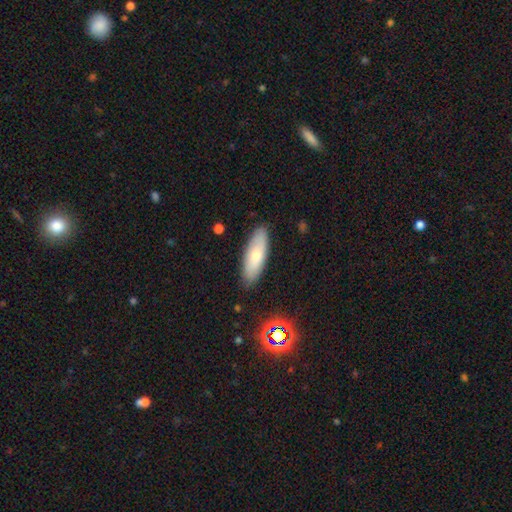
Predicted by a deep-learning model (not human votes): A smooth galaxy with no disk features (71%) that is in between round and cigar-shaped (61%).

Vote fractions:
- Smooth or featured? smooth: 71% / featured or disk: 22% / star or artifact: 7%
- How rounded? in between: 61% / cigar-shaped: 37% / round: 2%
- Merging? none: 87% / minor disturbance: 10% / major disturbance: 2% / merger: 1%